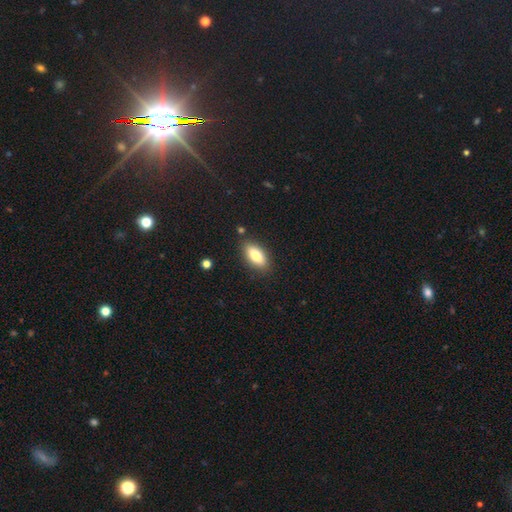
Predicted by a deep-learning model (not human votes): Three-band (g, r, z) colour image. It shows a smooth galaxy with no disk features (79%) that is in between round and cigar-shaped (86%). Merging: none (85%).